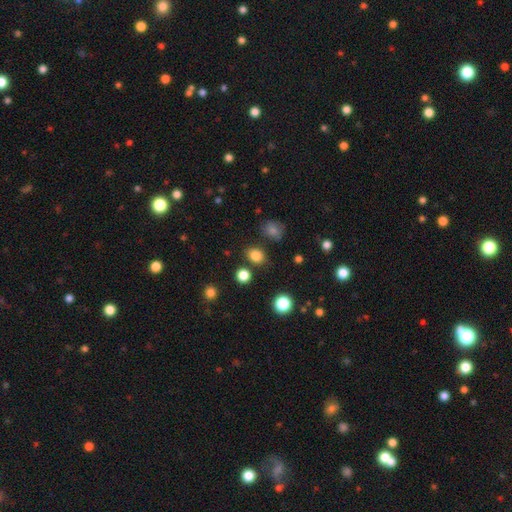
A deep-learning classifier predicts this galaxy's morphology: This appears to be a smooth galaxy with no disk features (82%) that is round (57%). Merging: none (82%).